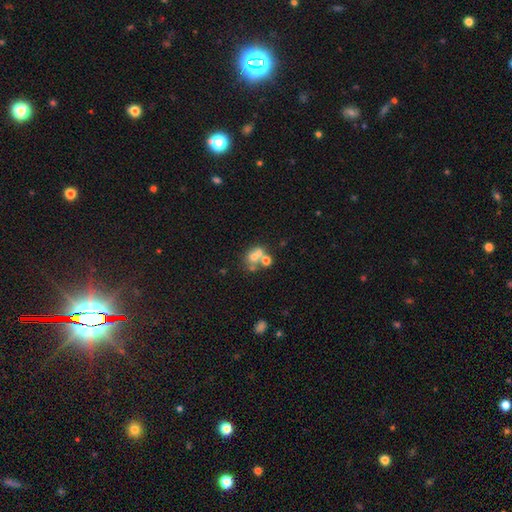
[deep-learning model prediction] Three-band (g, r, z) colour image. It shows a smooth galaxy with no disk features (53%) that is round (65%). Merging: merger (54%).